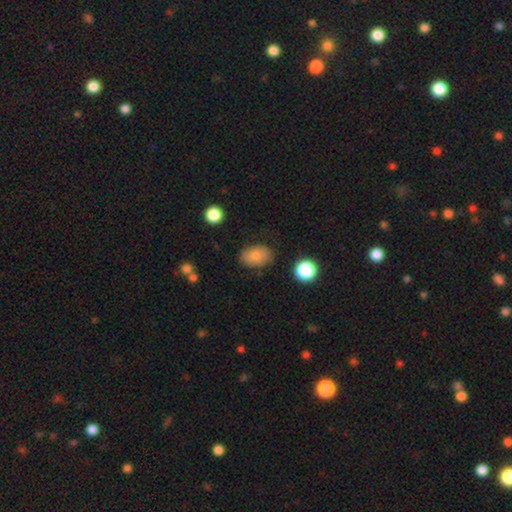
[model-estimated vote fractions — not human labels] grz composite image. It shows a smooth galaxy with no disk features (77%) that is in between round and cigar-shaped (80%). Merging: none (77%).